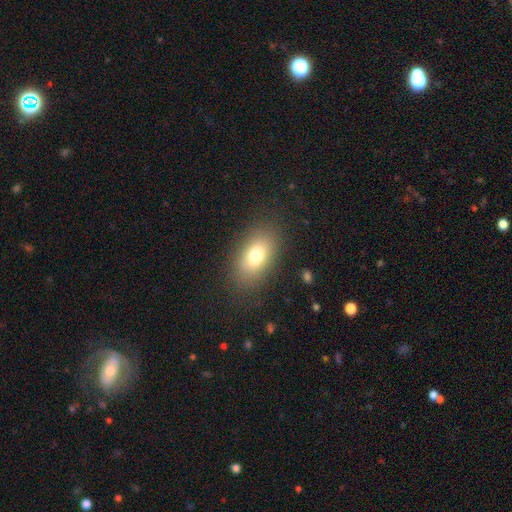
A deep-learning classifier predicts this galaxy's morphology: smooth 75%, featured or disk 14%, star or artifact 11%. Down the decision tree: how rounded — in between (86%); merging — none (83%).